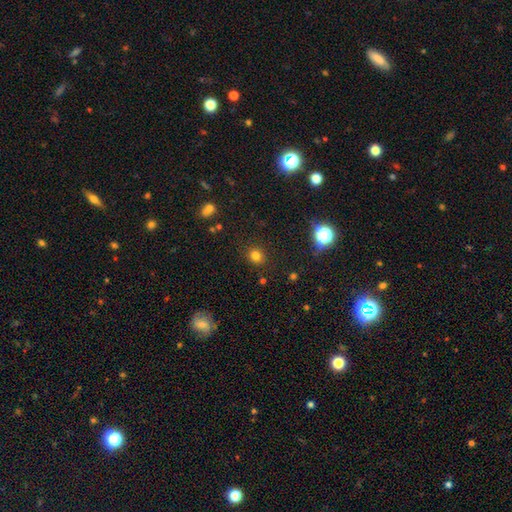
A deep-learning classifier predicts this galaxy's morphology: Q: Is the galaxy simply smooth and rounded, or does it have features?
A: smooth — 78%.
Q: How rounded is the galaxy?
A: round — 84%.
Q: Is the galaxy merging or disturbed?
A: none — 88%.